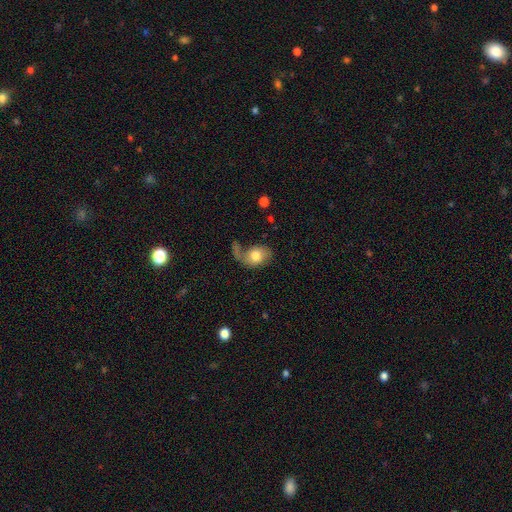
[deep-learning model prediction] Smooth or featured?
  - smooth: 57% *
  - featured or disk: 35%
  - star or artifact: 8%
How rounded?
  - in between: 64% *
  - round: 35%
  - cigar-shaped: 1%
Merging?
  - major disturbance: 34% *
  - none: 33%
  - minor disturbance: 20%
  - merger: 14%